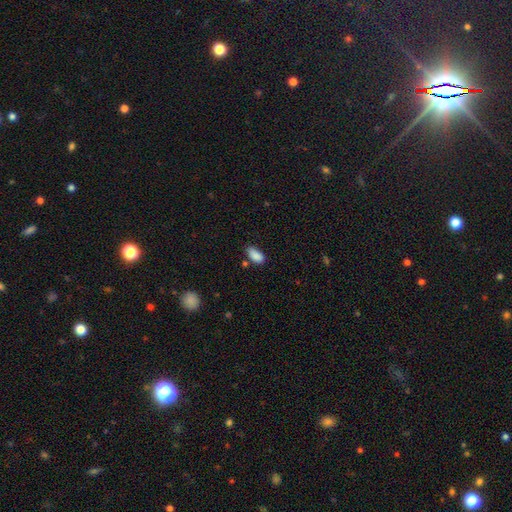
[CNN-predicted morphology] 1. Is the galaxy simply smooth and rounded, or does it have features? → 88% smooth, 8% star or artifact, 4% featured or disk.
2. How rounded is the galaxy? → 91% in between, 6% cigar-shaped, 3% round.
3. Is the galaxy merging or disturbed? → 65% none, 25% minor disturbance, 5% merger, 4% major disturbance.